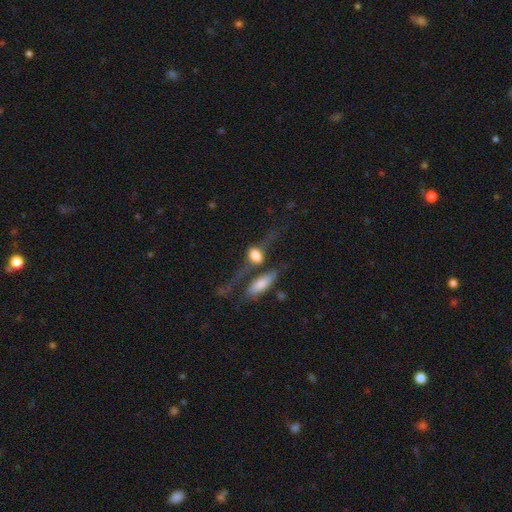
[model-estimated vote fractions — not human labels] Smooth or featured?
  - smooth: 56% *
  - featured or disk: 33%
  - star or artifact: 11%
How rounded?
  - in between: 65% *
  - round: 22%
  - cigar-shaped: 13%
Merging?
  - none: 35% *
  - merger: 25%
  - major disturbance: 23%
  - minor disturbance: 17%